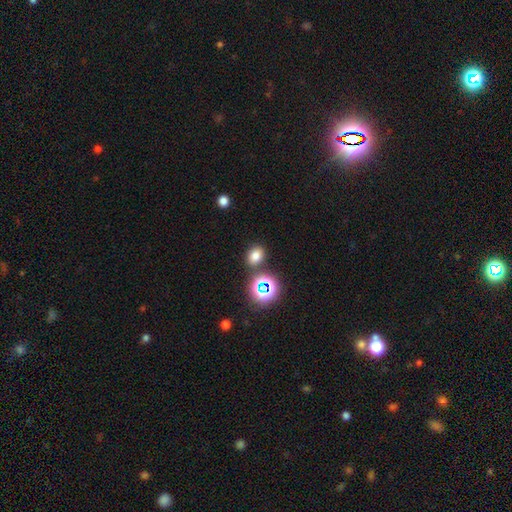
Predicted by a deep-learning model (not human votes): Smooth or featured? Predicted: smooth (p=0.72). How rounded? Predicted: in between (p=0.54). Merging? Predicted: none (p=0.80).